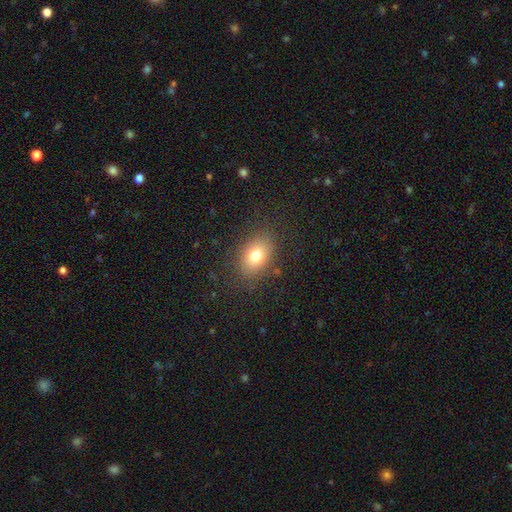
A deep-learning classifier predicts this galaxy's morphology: Smooth or featured?
  - smooth: 78% *
  - featured or disk: 12%
  - star or artifact: 11%
How rounded?
  - in between: 79% *
  - round: 20%
  - cigar-shaped: 1%
Merging?
  - none: 83% *
  - minor disturbance: 11%
  - major disturbance: 5%
  - merger: 1%